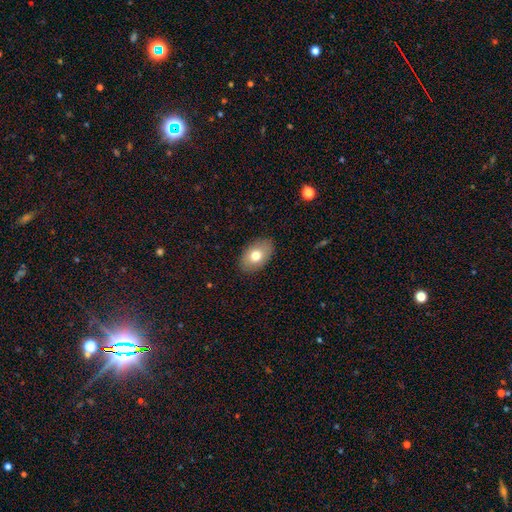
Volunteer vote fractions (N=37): This appears to be a smooth galaxy with no disk features (73%) that is in between round and cigar-shaped (89%). Merging: none (95%).